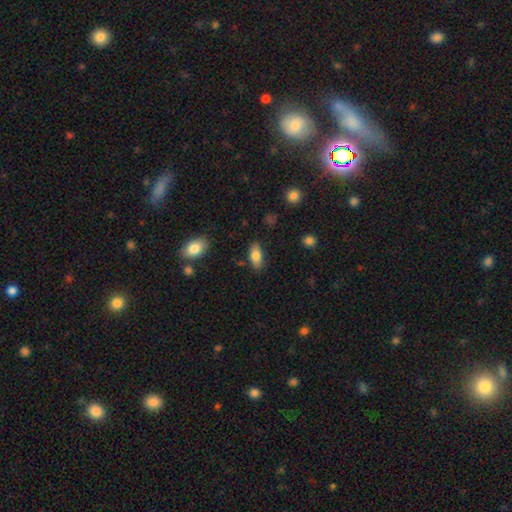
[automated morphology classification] Smooth or featured: smooth — 81% (featured or disk — 12%)
How rounded: in between — 86% (cigar-shaped — 11%)
Merging: none — 83% (minor disturbance — 12%)